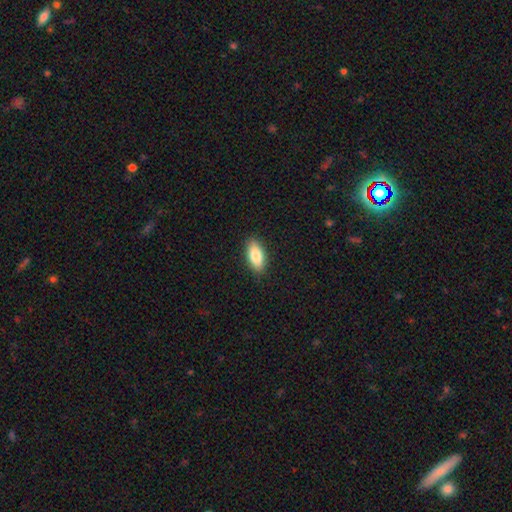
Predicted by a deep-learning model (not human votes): Q: Smooth or featured?
A: smooth (85%); runner-up: featured or disk (8%)
Q: How rounded?
A: in between (88%); runner-up: cigar-shaped (9%)
Q: Merging?
A: none (89%); runner-up: minor disturbance (9%)